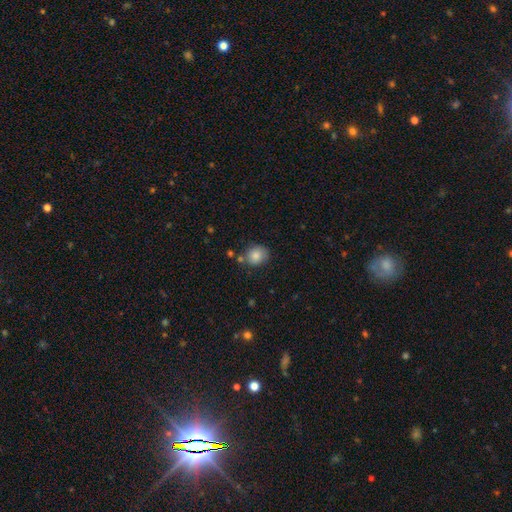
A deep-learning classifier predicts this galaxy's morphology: type=smooth (84%); roundness=round (69%); merging=none (73%).